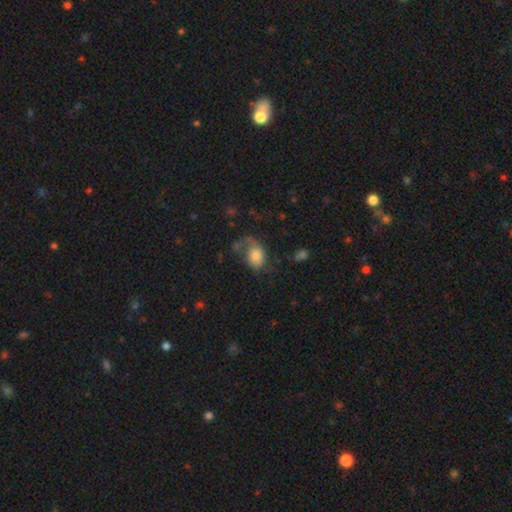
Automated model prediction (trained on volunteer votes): smooth-or-featured: smooth: 54% | featured or disk: 37% | star or artifact: 9%
  how-rounded: in between: 70% | round: 28% | cigar-shaped: 1%
  merging: major disturbance: 41% | none: 32% | minor disturbance: 21% | merger: 6%